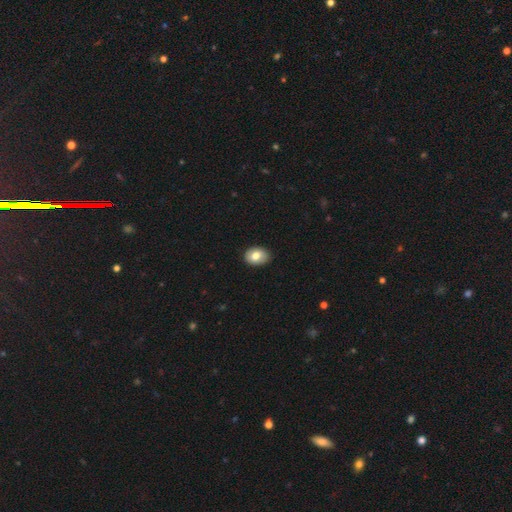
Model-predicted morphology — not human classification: Smooth or featured?
  - smooth: 77% *
  - featured or disk: 15%
  - star or artifact: 7%
How rounded?
  - in between: 75% *
  - round: 24%
  - cigar-shaped: 1%
Merging?
  - none: 86% *
  - minor disturbance: 11%
  - major disturbance: 2%
  - merger: 1%